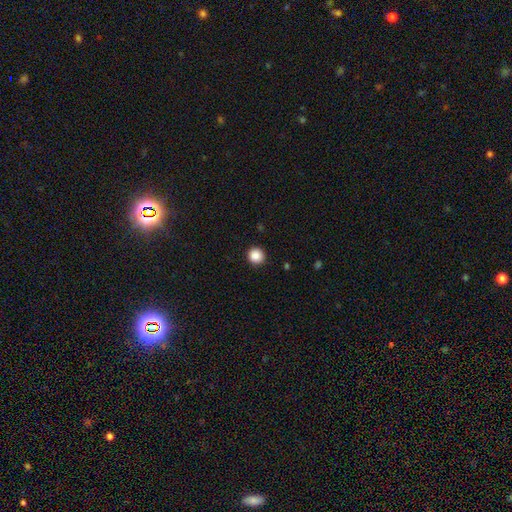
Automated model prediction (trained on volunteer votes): Smooth or featured? Predicted: smooth (p=0.87). How rounded? Predicted: round (p=0.95). Merging? Predicted: none (p=0.92).